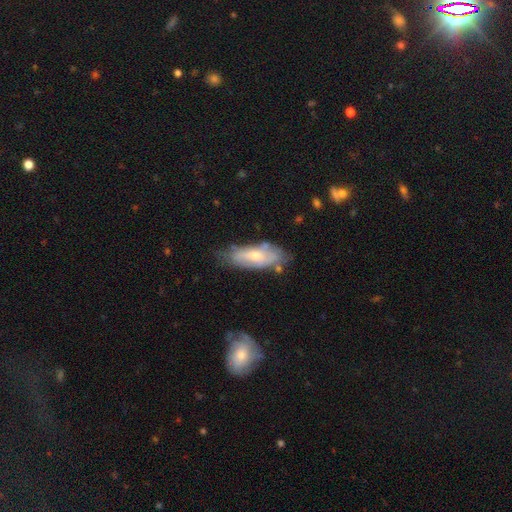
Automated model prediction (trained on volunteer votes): This is possibly a featured or disk galaxy (49%). Merging: likely none (63%).